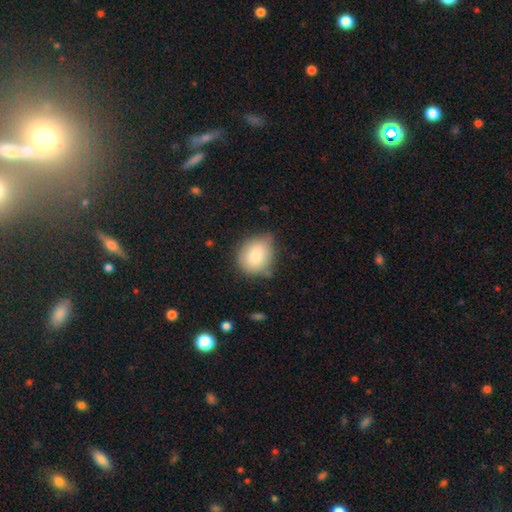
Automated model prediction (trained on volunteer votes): Morphology: type=smooth (81%); roundness=round (71%); merging=none (61%).